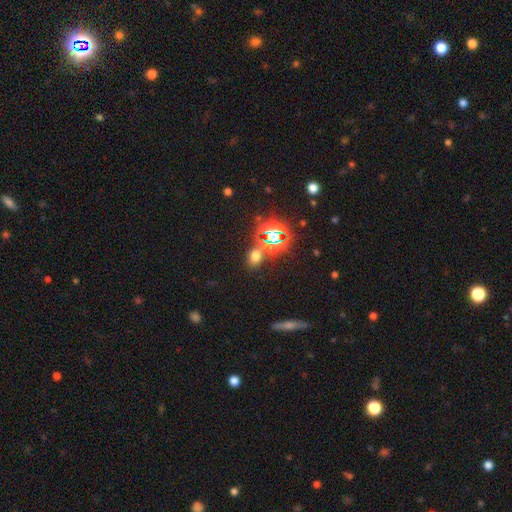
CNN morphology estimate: Smooth or featured? Predicted: smooth (p=0.53). How rounded? Predicted: in between (p=0.68). Merging? Predicted: none (p=0.76).